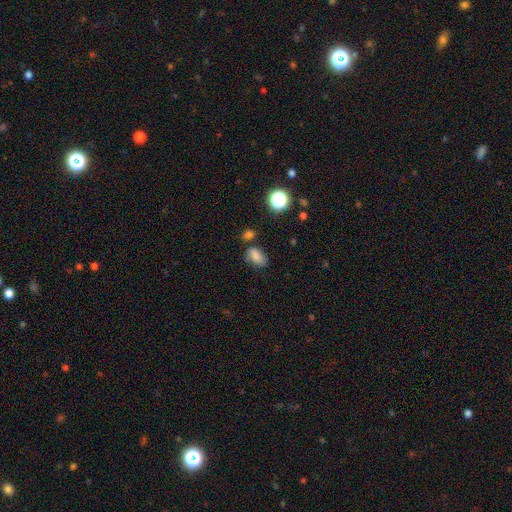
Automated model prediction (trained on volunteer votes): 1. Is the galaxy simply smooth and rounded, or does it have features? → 77% smooth, 13% star or artifact, 10% featured or disk.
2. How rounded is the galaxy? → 86% in between, 11% round, 3% cigar-shaped.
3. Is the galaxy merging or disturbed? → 58% none, 24% minor disturbance, 10% merger, 8% major disturbance.